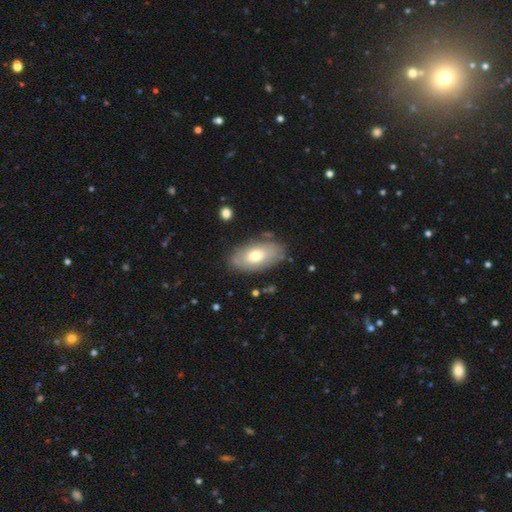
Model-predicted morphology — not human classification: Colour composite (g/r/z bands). It shows a smooth galaxy with no disk features (64%) that is in between round and cigar-shaped (93%). Merging: none (78%).